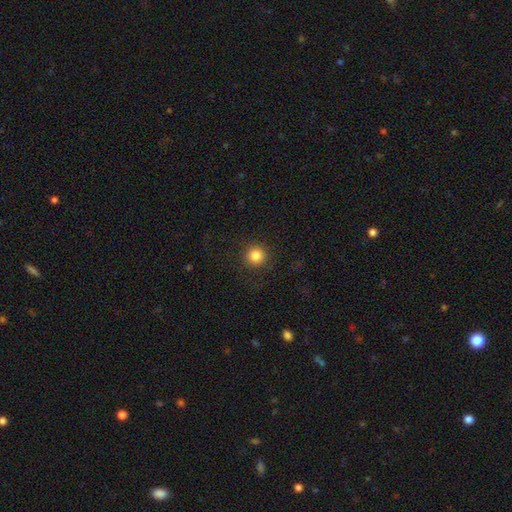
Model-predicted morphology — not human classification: Overall: smooth (84%). How rounded: round (95%). Merging: none (89%).